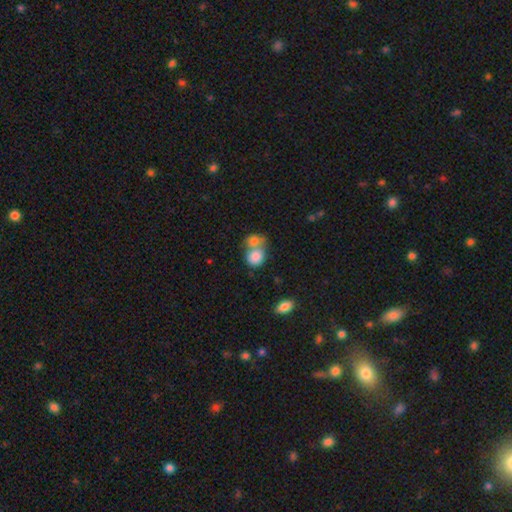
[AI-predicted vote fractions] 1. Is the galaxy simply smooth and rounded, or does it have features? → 83% smooth, 10% featured or disk, 8% star or artifact.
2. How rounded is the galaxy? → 65% round, 34% in between, 1% cigar-shaped.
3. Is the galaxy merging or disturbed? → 61% merger, 27% none, 8% minor disturbance, 4% major disturbance.